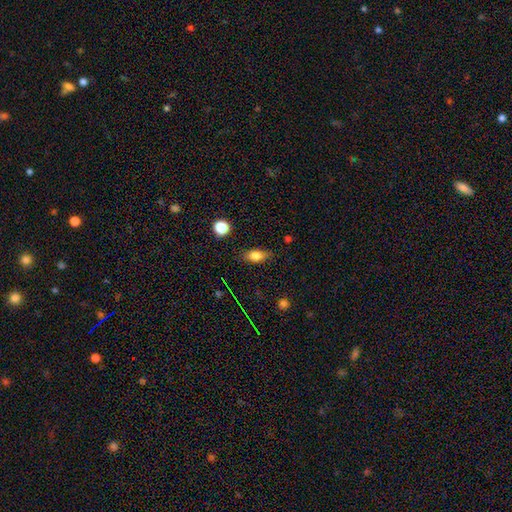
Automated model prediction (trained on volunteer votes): smooth 75%, featured or disk 15%, star or artifact 10%. Down the decision tree: how rounded — in between (78%); merging — none (81%).